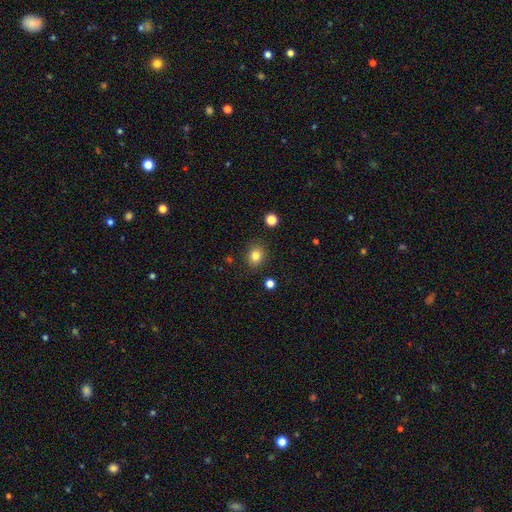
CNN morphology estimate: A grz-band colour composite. It shows a smooth galaxy with no disk features (83%) that is round (64%). Merging: none (87%).